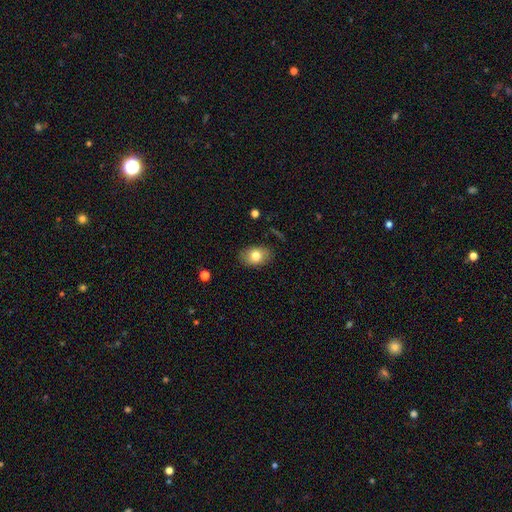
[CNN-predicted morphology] Smooth or featured? Predicted: smooth (p=0.78). How rounded? Predicted: in between (p=0.79). Merging? Predicted: none (p=0.84).